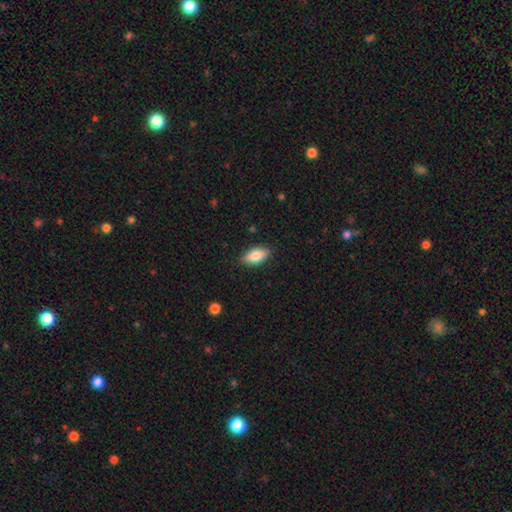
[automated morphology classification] Overall: smooth (83%). How rounded: in between (89%). Merging: none (87%).